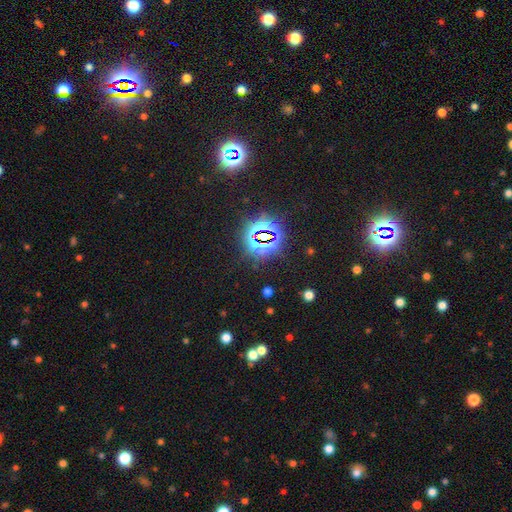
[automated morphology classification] This is clearly a star or artifact rather than a galaxy (82%).